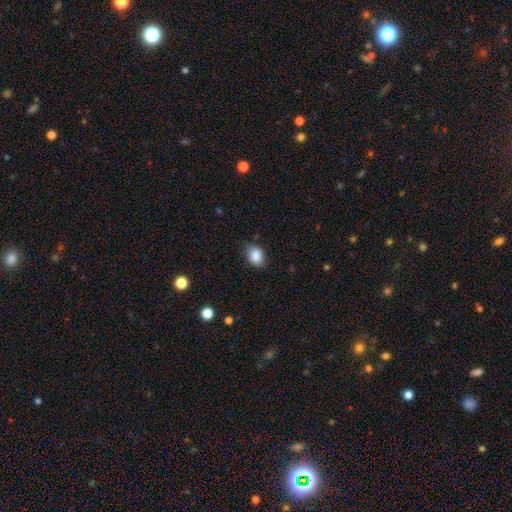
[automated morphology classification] Q: Smooth or featured?
A: smooth (86%); runner-up: star or artifact (9%)
Q: How rounded?
A: in between (66%); runner-up: round (33%)
Q: Merging?
A: none (72%); runner-up: minor disturbance (22%)